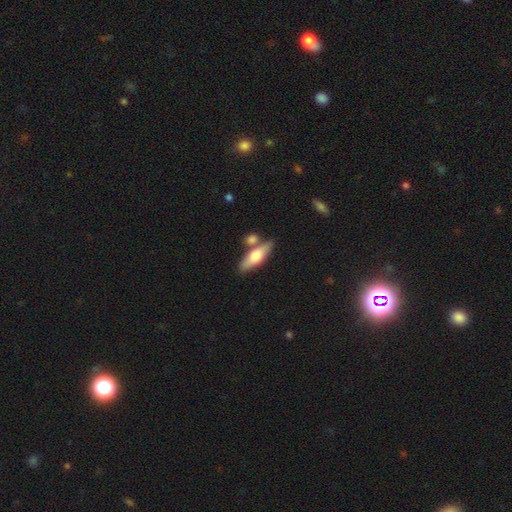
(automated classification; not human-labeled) A smooth galaxy with no disk features (60%) that is in between round and cigar-shaped (52%). Merging: none (65%).